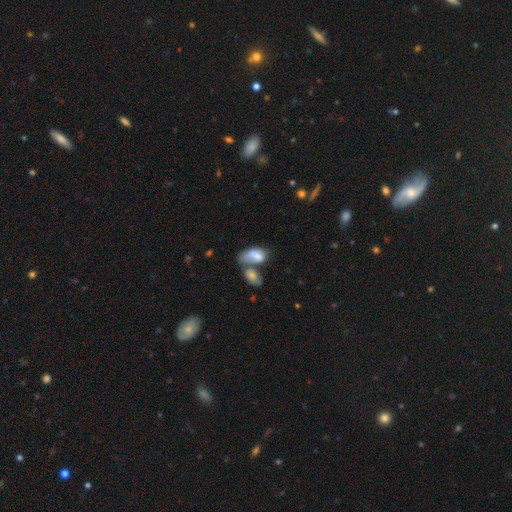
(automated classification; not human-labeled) smooth 72%, featured or disk 21%, star or artifact 7%. Down the decision tree: how rounded — in between (91%); merging — merger (53%).